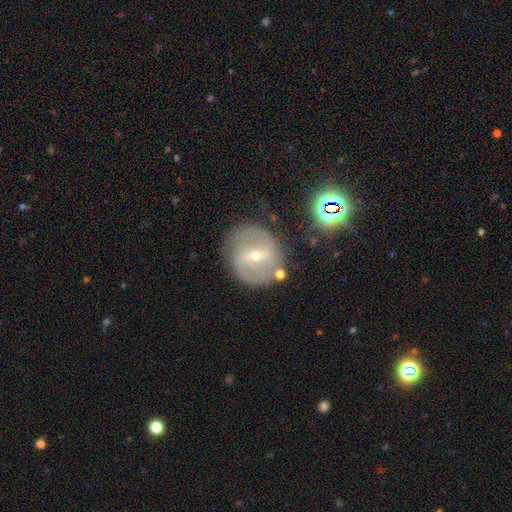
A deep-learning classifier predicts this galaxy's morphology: This appears to be a featured or disk galaxy (78%) with a strong bar (46%), 2 (82%) medium (46%) spiral arms (81%) and a small central bulge (61%). Merging: none (78%).